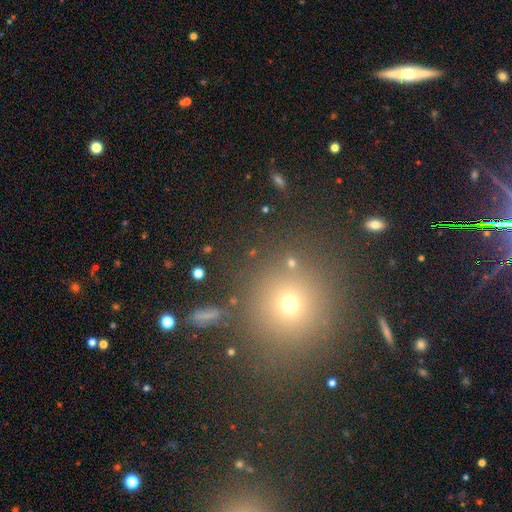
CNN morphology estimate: Smooth or featured: star or artifact — 47% (smooth — 43%)